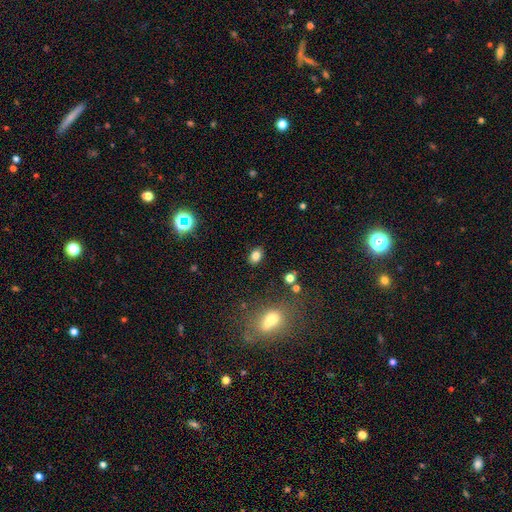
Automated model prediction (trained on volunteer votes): smooth-or-featured: smooth: 82% | star or artifact: 12% | featured or disk: 7%
  how-rounded: in between: 76% | round: 22% | cigar-shaped: 2%
  merging: none: 86% | minor disturbance: 10% | major disturbance: 3% | merger: 2%